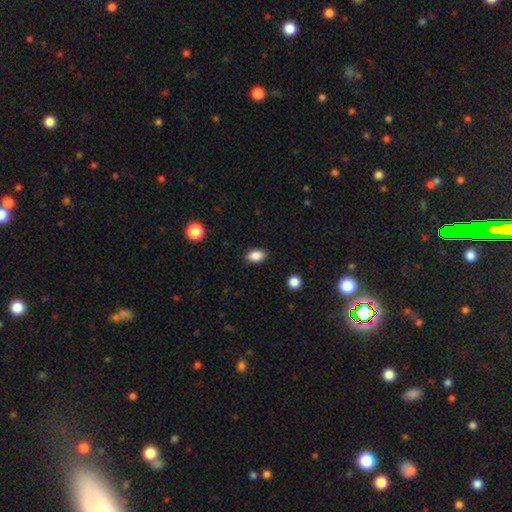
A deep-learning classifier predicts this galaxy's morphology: A smooth galaxy with no disk features (88%) that is in between round and cigar-shaped (85%). Merging: none (87%).